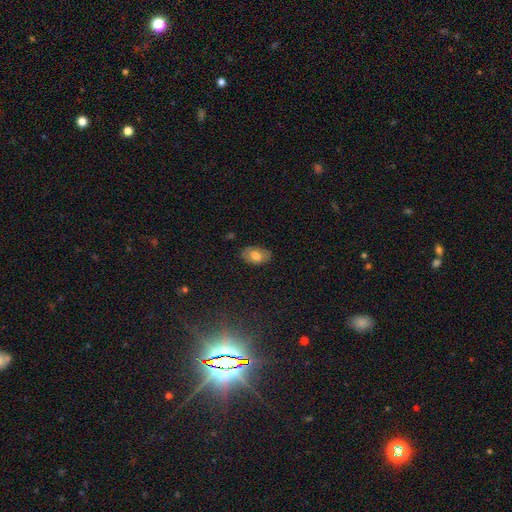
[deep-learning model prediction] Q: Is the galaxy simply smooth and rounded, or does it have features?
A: smooth — 67%.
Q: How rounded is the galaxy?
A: in between — 91%.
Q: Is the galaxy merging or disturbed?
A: none — 81%.